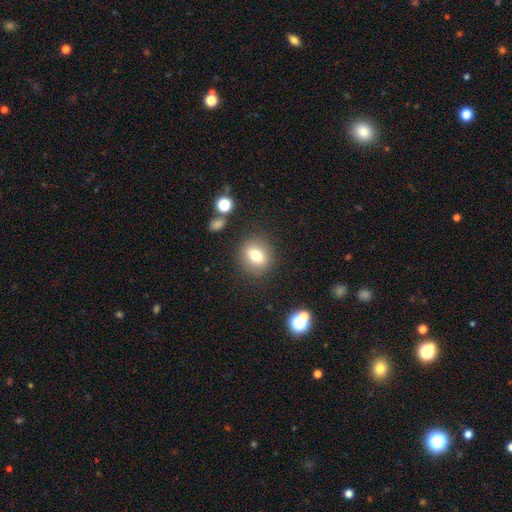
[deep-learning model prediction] Overall: smooth (77%). How rounded: round (57%; in between 41%). Merging: none (86%).